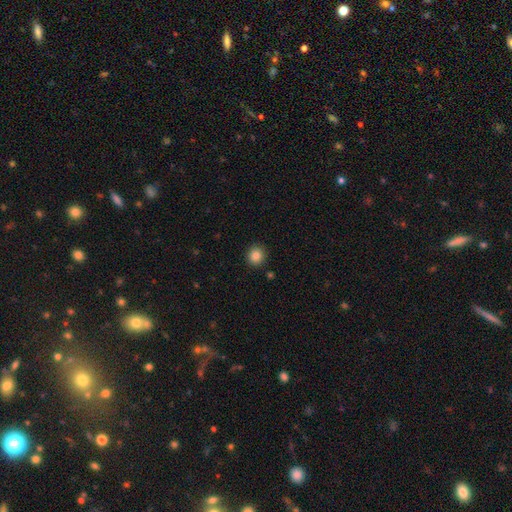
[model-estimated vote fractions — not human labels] Morphology: type=smooth (84%); roundness=round (90%); merging=none (91%).